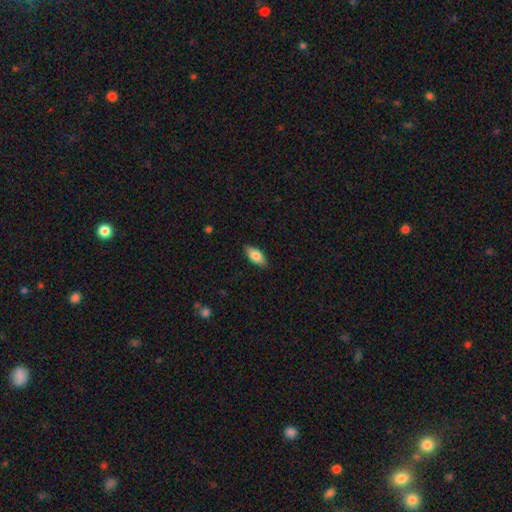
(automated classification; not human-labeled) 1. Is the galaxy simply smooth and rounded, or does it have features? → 79% smooth, 14% featured or disk, 7% star or artifact.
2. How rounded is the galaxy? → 88% in between, 9% cigar-shaped, 3% round.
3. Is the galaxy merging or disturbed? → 86% none, 11% minor disturbance, 2% major disturbance, 1% merger.